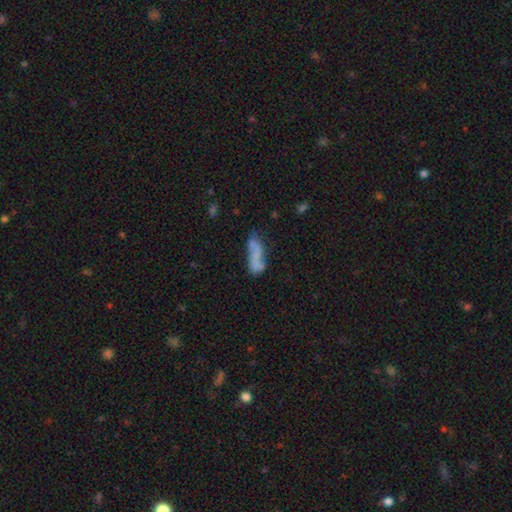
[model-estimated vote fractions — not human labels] smooth_or_featured: smooth (p=0.55) [alt: featured or disk p=0.33]
how_rounded: in between (p=0.51) [alt: cigar-shaped p=0.45]
merging: none (p=0.40) [alt: minor disturbance p=0.23]